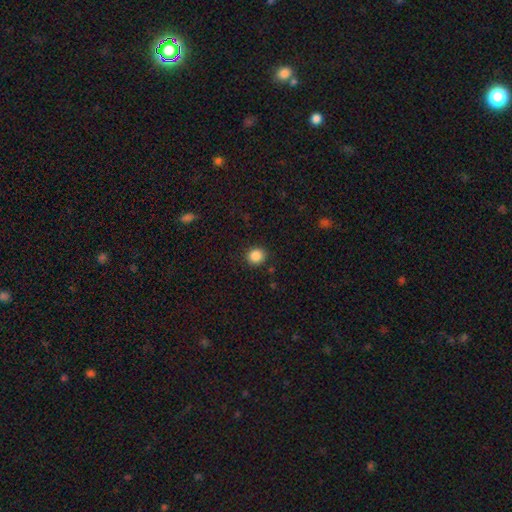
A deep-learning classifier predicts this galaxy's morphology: Smooth or featured?
  - smooth: 87% *
  - star or artifact: 10%
  - featured or disk: 3%
How rounded?
  - round: 83% *
  - in between: 16%
  - cigar-shaped: 1%
Merging?
  - none: 90% *
  - minor disturbance: 7%
  - major disturbance: 2%
  - merger: 1%